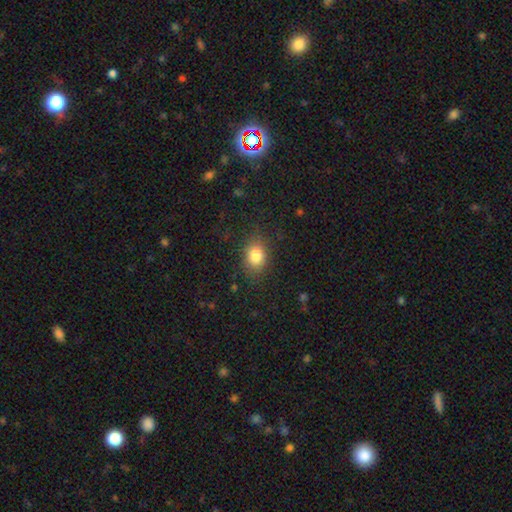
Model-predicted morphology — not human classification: Smooth or featured? smooth (83%)
How rounded? in between (60%)
Merging? none (82%)